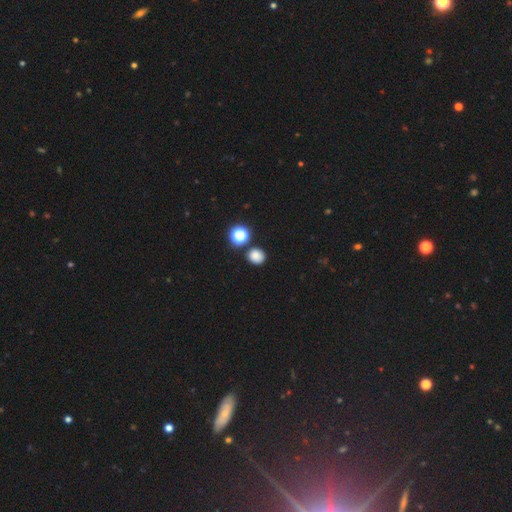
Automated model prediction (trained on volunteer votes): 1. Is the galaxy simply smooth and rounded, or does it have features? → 81% smooth, 15% star or artifact, 4% featured or disk.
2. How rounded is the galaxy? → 79% round, 20% in between, 1% cigar-shaped.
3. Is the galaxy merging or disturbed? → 82% none, 8% minor disturbance, 7% merger, 3% major disturbance.